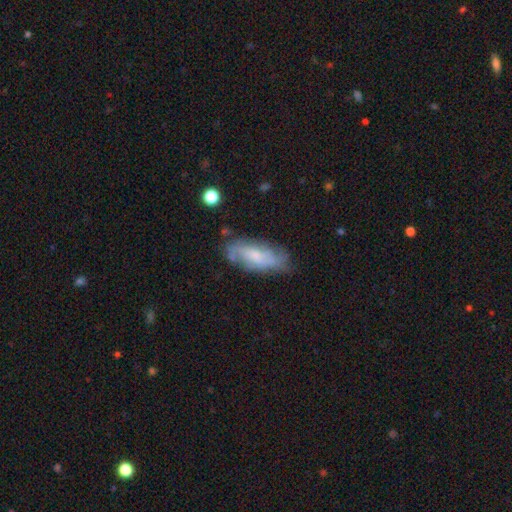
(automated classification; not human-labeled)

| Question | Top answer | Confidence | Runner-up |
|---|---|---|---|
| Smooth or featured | featured or disk | 47% | smooth (46%) |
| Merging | none | 70% | minor disturbance (21%) |